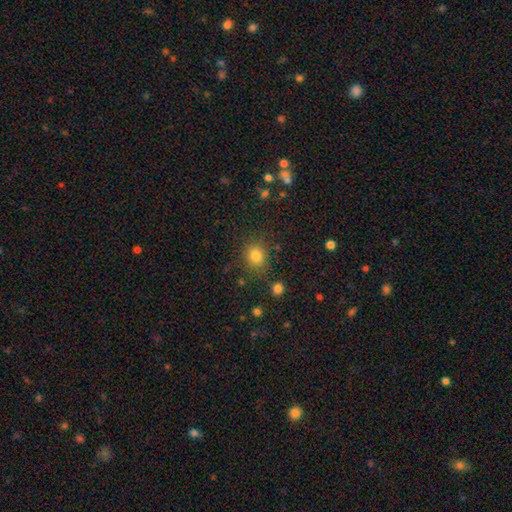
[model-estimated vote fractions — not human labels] This appears to be a smooth galaxy with no disk features (81%) that is round (77%). Merging: none (81%).